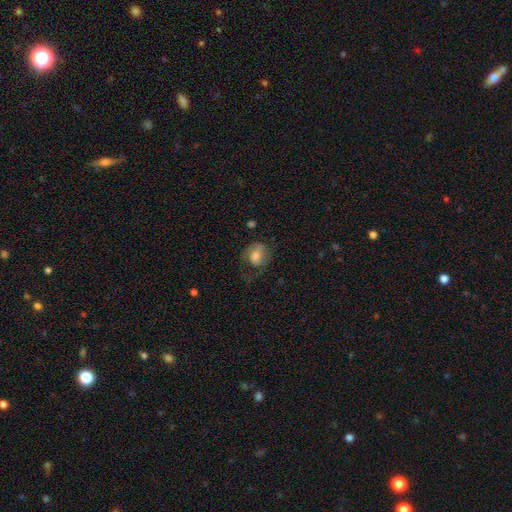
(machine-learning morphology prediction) A smooth galaxy with no disk features (61%) that is in between round and cigar-shaped (51%). Merging: none (49%).